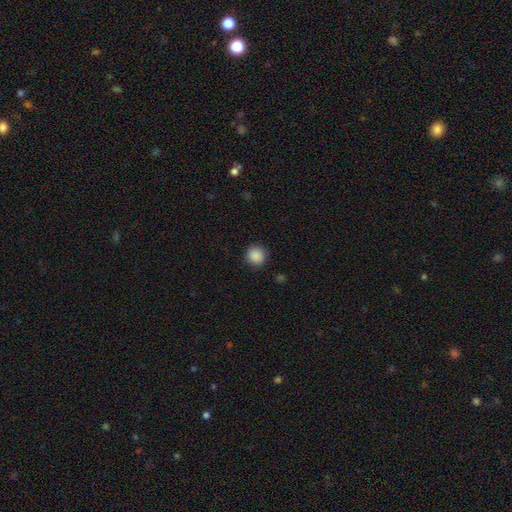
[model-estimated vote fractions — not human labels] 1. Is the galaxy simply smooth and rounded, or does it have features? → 89% smooth, 9% star or artifact, 2% featured or disk.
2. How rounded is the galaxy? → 93% round, 6% in between, 1% cigar-shaped.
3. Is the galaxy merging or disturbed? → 90% none, 7% minor disturbance, 2% major disturbance, 1% merger.